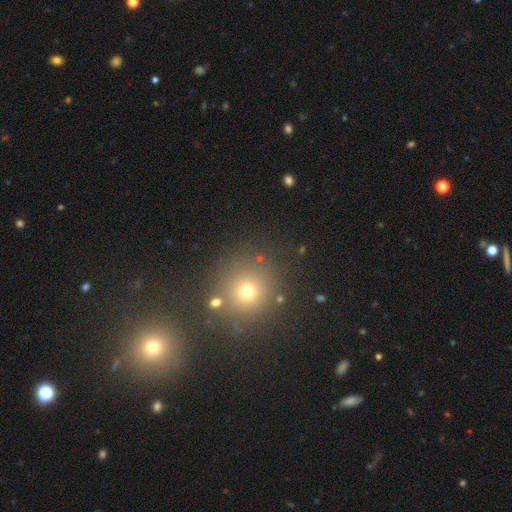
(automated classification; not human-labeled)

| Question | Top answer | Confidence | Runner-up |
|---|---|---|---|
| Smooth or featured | star or artifact | 49% | smooth (41%) |